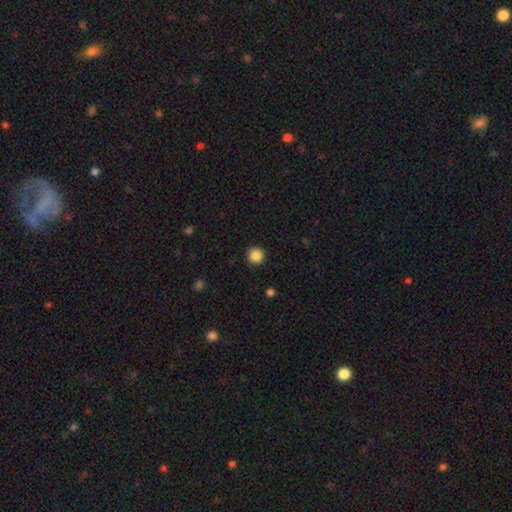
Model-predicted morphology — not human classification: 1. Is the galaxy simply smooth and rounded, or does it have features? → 86% smooth, 10% star or artifact, 4% featured or disk.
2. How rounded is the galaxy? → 95% round, 4% in between, 1% cigar-shaped.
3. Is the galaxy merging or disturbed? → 91% none, 6% minor disturbance, 2% major disturbance, 1% merger.